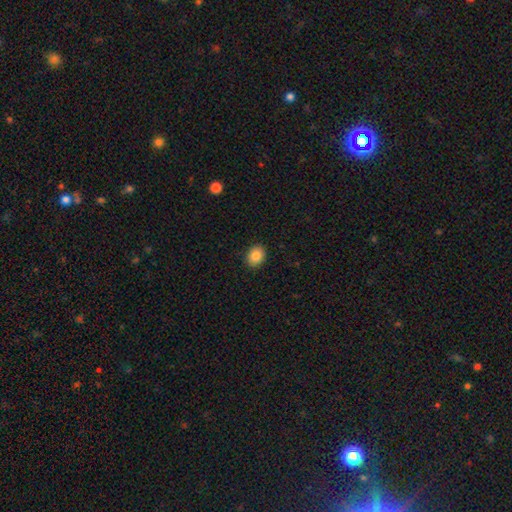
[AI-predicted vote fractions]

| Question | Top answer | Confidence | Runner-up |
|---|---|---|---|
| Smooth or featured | smooth | 86% | star or artifact (8%) |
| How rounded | in between | 53% | round (46%) |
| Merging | none | 90% | minor disturbance (7%) |